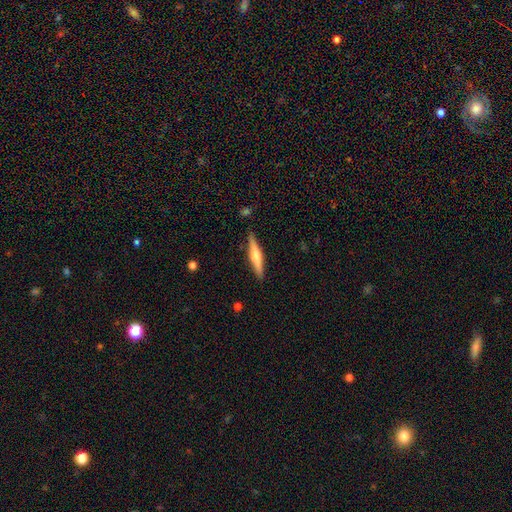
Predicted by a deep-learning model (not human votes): A featured or disk galaxy (60%) viewed edge-on (97%) with a rounded central bulge (88%).

Vote fractions:
- Smooth or featured? featured or disk: 60% / smooth: 35% / star or artifact: 6%
- Edge-on disk? yes: 97% / no: 3%
- Edge-on bulge? rounded: 88% / none: 6% / boxy: 6%
- Merging? none: 89% / minor disturbance: 8% / major disturbance: 2% / merger: 1%